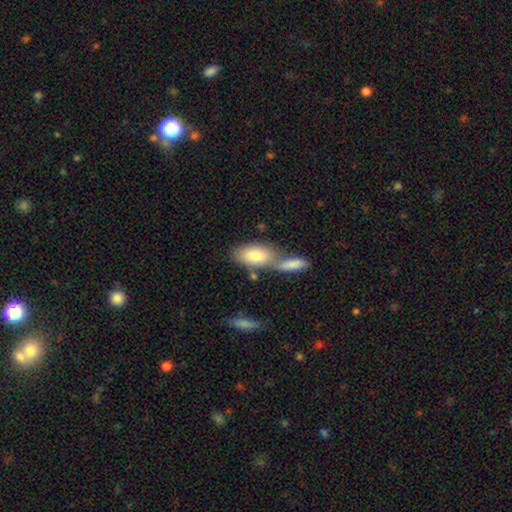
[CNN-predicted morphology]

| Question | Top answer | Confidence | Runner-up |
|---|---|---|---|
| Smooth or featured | smooth | 76% | featured or disk (18%) |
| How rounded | in between | 90% | cigar-shaped (6%) |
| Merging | merger | 43% | none (41%) |